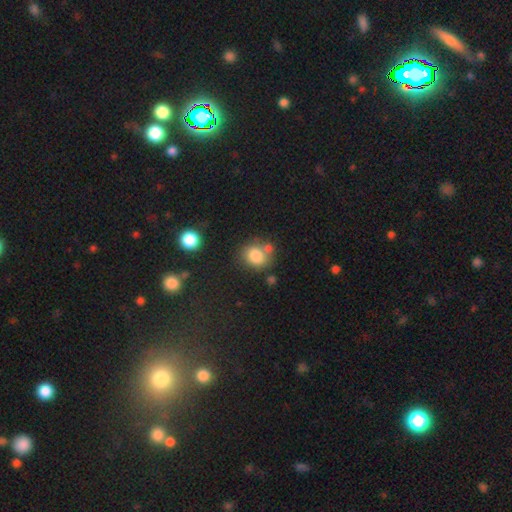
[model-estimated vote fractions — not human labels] Smooth or featured? Predicted: smooth (p=0.81). How rounded? Predicted: round (p=0.67). Merging? Predicted: none (p=0.58).